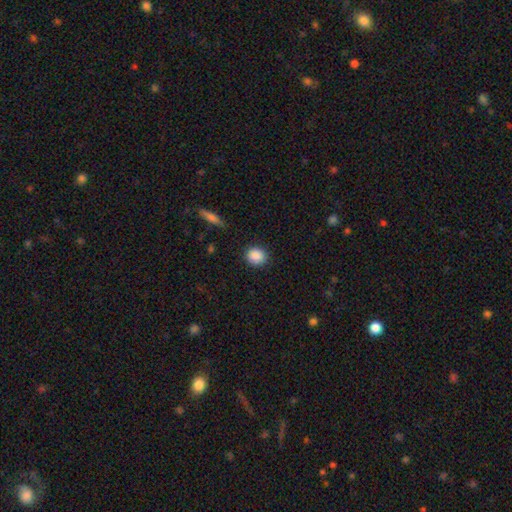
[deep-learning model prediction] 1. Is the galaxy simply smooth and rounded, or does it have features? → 89% smooth, 8% star or artifact, 3% featured or disk.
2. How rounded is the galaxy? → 74% round, 25% in between, 1% cigar-shaped.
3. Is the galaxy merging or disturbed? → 87% none, 9% minor disturbance, 3% major disturbance, 1% merger.